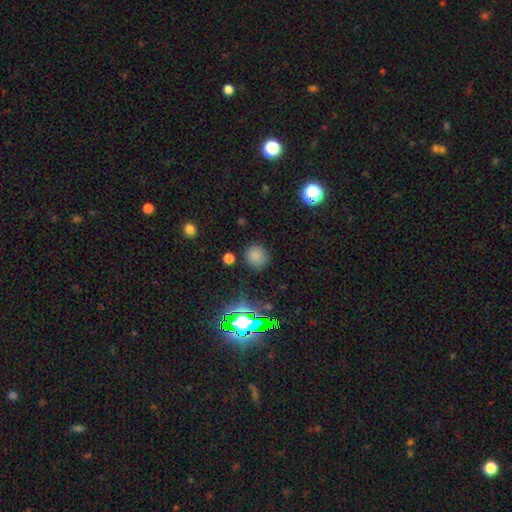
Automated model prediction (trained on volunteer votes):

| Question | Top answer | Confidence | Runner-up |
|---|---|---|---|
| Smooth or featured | smooth | 75% | star or artifact (19%) |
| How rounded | round | 87% | in between (12%) |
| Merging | none | 84% | minor disturbance (10%) |